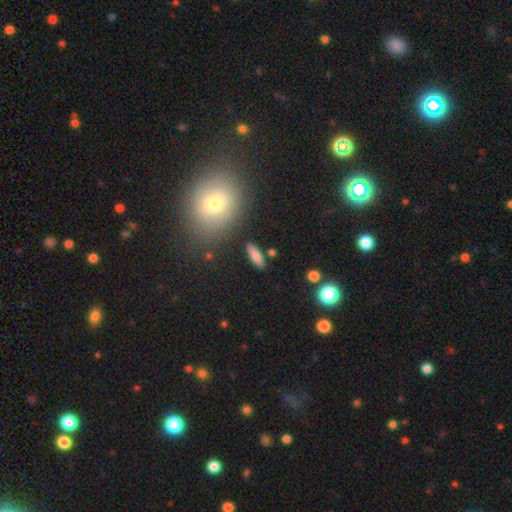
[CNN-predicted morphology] smooth 81%, featured or disk 11%, star or artifact 8%. Down the decision tree: how rounded — in between (48%, tied with cigar-shaped); merging — none (85%).